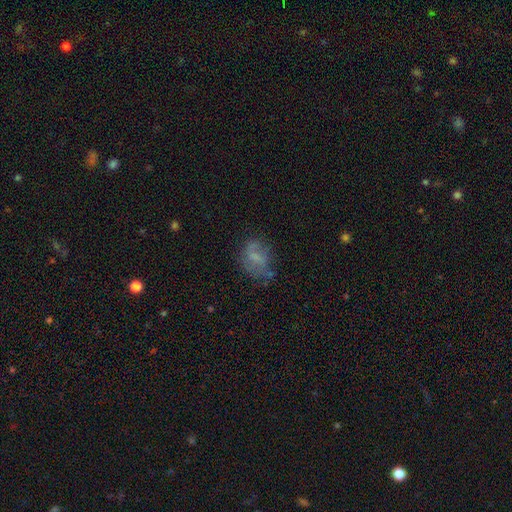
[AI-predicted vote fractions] Morphology: type=smooth (54%); roundness=in between (69%); merging=none (51%).